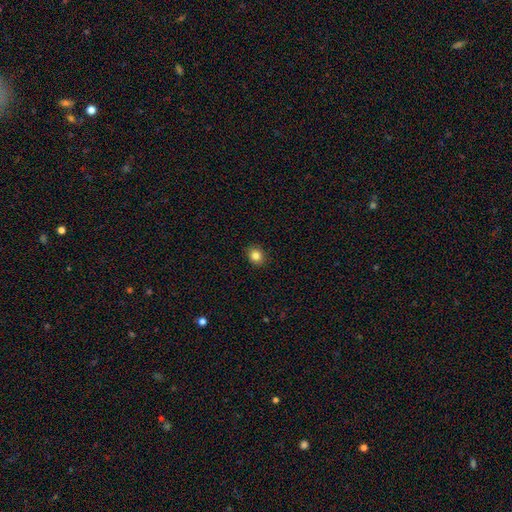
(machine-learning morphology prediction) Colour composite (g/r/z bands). It shows a smooth galaxy with no disk features (83%) that is round (70%). Merging: none (91%).